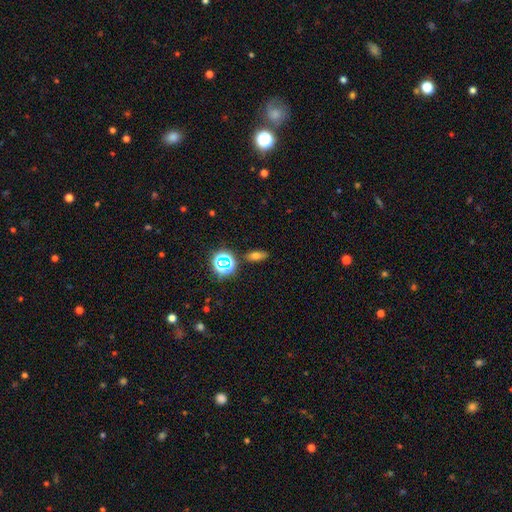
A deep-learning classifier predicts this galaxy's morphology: This is likely a smooth galaxy (63%). How rounded: likely in between (71%). Merging: clearly none (83%).